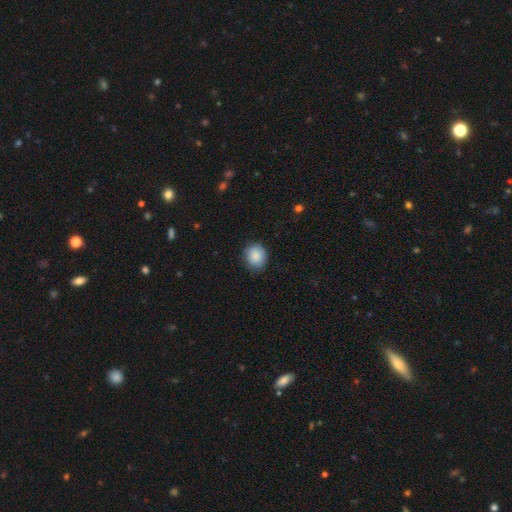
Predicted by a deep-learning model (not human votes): Morphology: type=smooth (88%); roundness=round (72%); merging=none (81%).